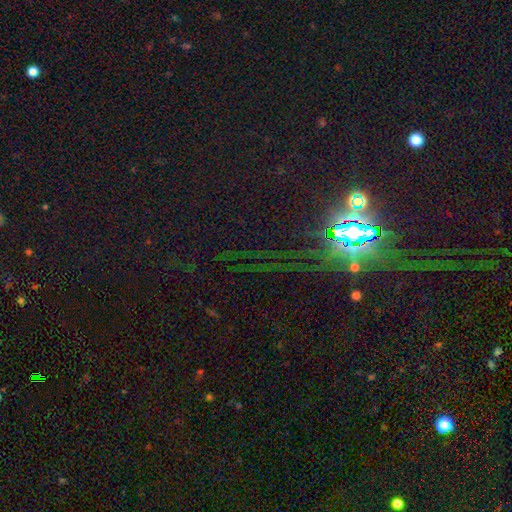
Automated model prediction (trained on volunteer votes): Morphology: type=star or artifact (85%).